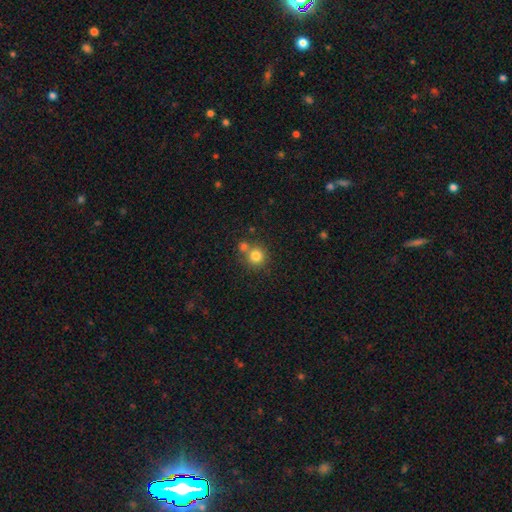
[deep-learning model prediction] Smooth or featured? Predicted: smooth (p=0.80). How rounded? Predicted: round (p=0.92). Merging? Predicted: none (p=0.62).